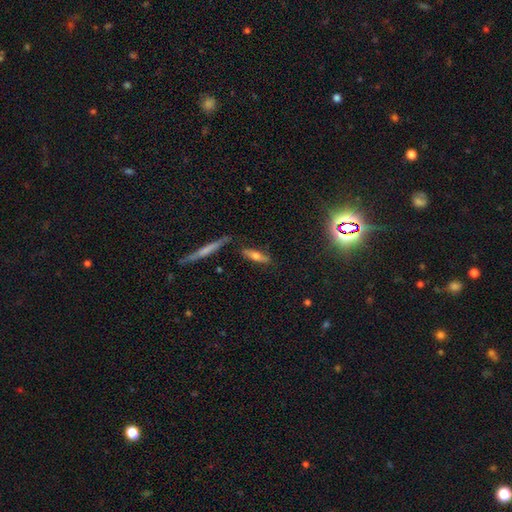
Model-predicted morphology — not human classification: A smooth galaxy with no disk features (51%) that is cigar-shaped (67%). Merging: none (76%).